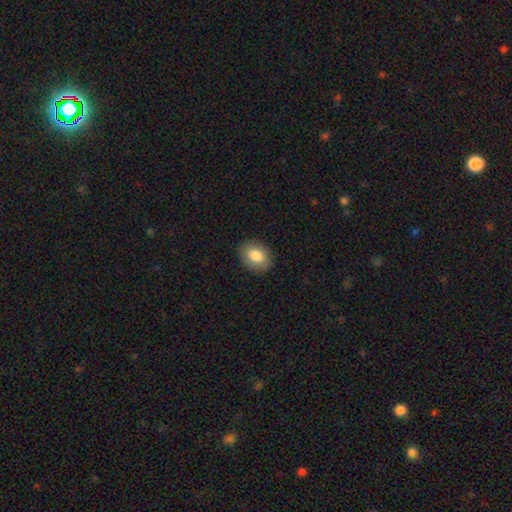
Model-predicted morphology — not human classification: The model was most divided on "how rounded": in between: 64%, round: 35%, cigar-shaped: 1%. More confident: merging — none (88%); smooth or featured — smooth (83%).